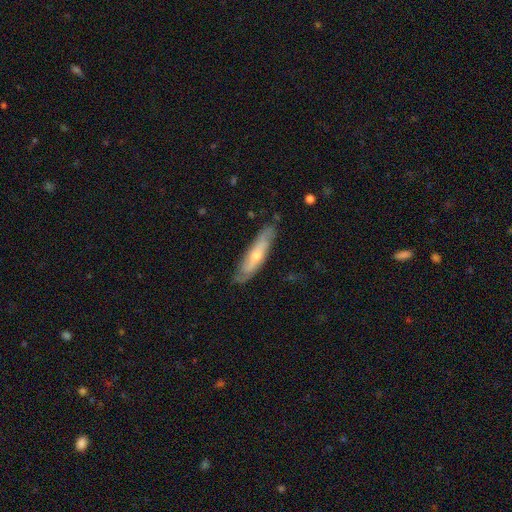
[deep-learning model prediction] Smooth or featured?
  - featured or disk: 54% *
  - smooth: 40%
  - star or artifact: 6%
Edge-on disk?
  - yes: 51% *
  - no: 49%
Merging?
  - none: 77% *
  - minor disturbance: 18%
  - major disturbance: 3%
  - merger: 1%